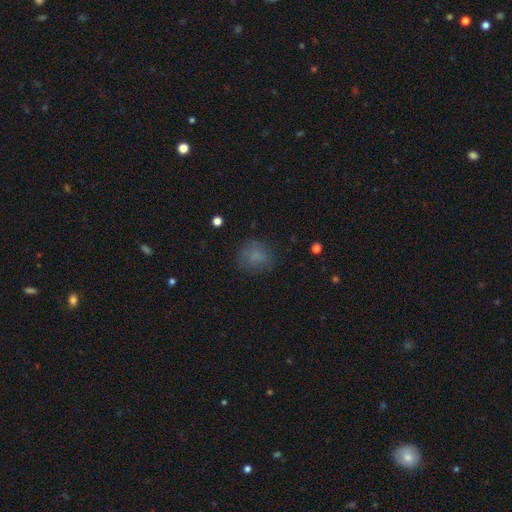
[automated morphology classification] A smooth galaxy with no disk features (75%) that is round (77%).

Vote fractions:
- Smooth or featured? smooth: 75% / star or artifact: 13% / featured or disk: 11%
- How rounded? round: 77% / in between: 22% / cigar-shaped: 1%
- Merging? none: 73% / minor disturbance: 17% / major disturbance: 8% / merger: 1%